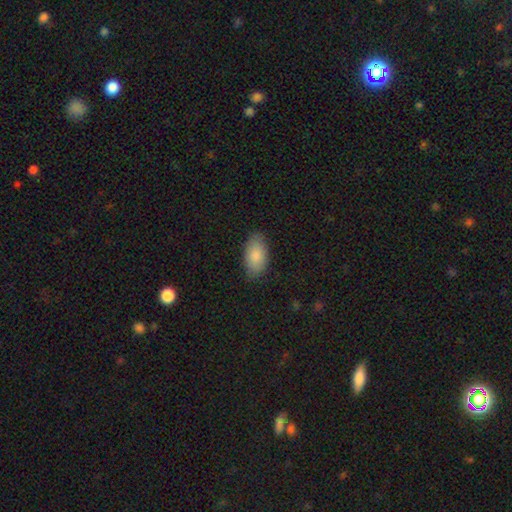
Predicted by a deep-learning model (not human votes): Smooth or featured? smooth (87%)
How rounded? in between (95%)
Merging? none (84%)